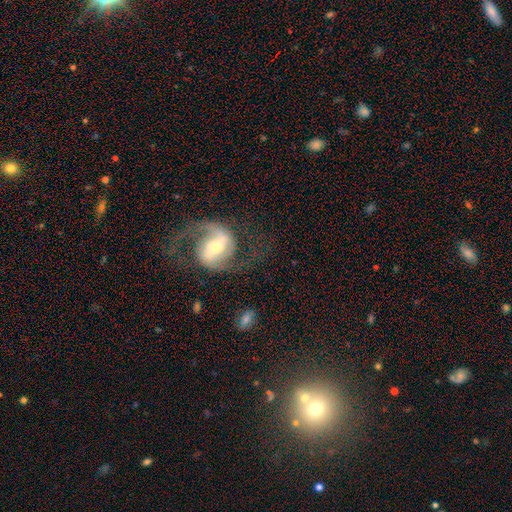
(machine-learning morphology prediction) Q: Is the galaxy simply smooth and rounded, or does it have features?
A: featured or disk — 87%.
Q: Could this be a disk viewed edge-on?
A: no — 97%.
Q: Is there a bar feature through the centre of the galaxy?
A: weak — 41%.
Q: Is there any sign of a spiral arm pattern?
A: yes — 97%.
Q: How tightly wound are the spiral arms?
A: medium — 54%.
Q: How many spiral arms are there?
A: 2 — 92%.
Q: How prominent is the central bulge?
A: moderate — 54%.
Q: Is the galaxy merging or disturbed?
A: none — 73%.